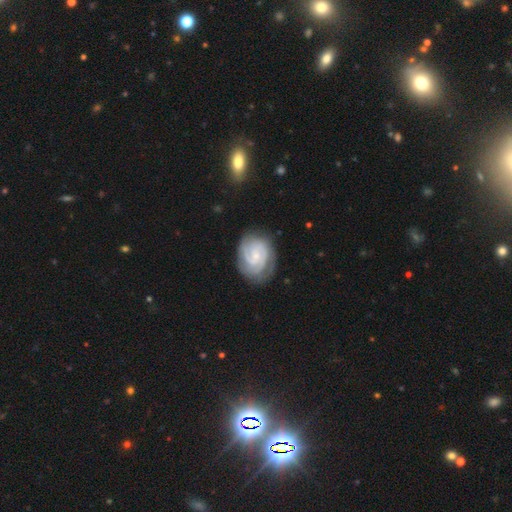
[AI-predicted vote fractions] Morphology: type=featured or disk (86%); edge-on=no (98%); bar=no (57%); spiral arms=yes (97%); winding=tight (69%); arm count=2 (43%); bulge=small (75%); merging=none (75%).